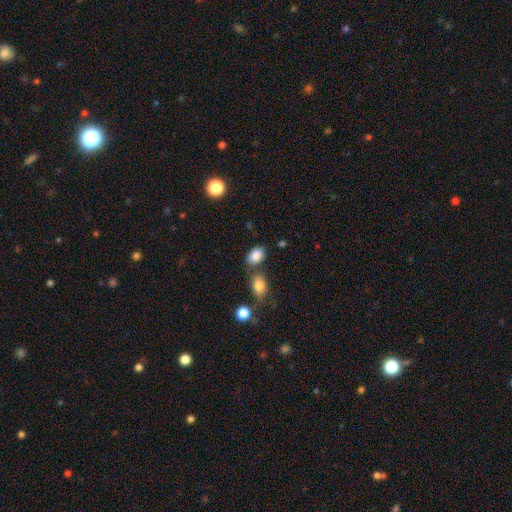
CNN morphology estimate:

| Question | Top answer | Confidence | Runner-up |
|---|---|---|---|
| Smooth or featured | smooth | 85% | star or artifact (9%) |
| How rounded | in between | 80% | round (18%) |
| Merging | none | 64% | merger (17%) |